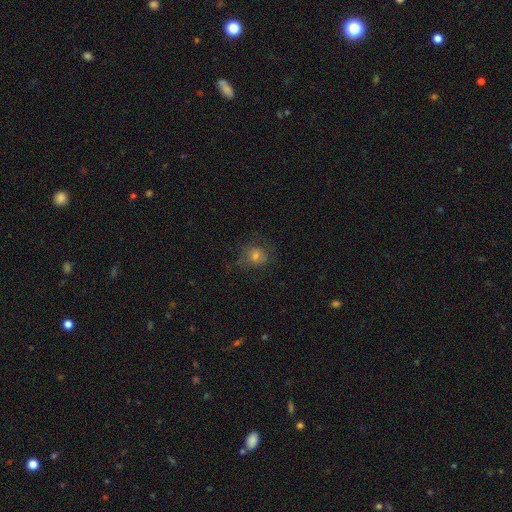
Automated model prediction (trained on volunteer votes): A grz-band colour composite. It shows a smooth galaxy with no disk features (60%) that is round (76%). Merging: none (66%).